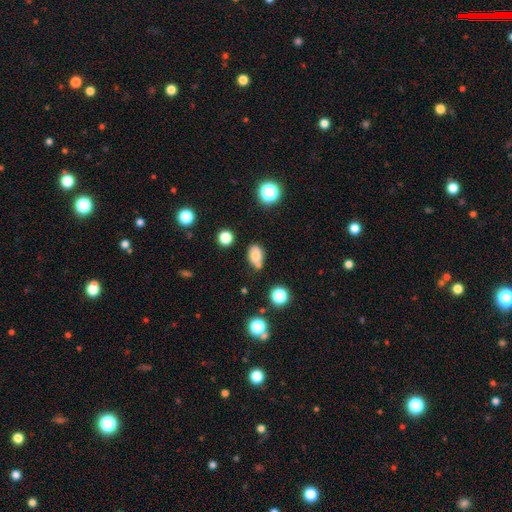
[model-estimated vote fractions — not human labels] The model was most divided on "merging": none: 59%, minor disturbance: 25%, merger: 10%, major disturbance: 6%. More confident: how rounded — in between (81%); smooth or featured — smooth (70%).